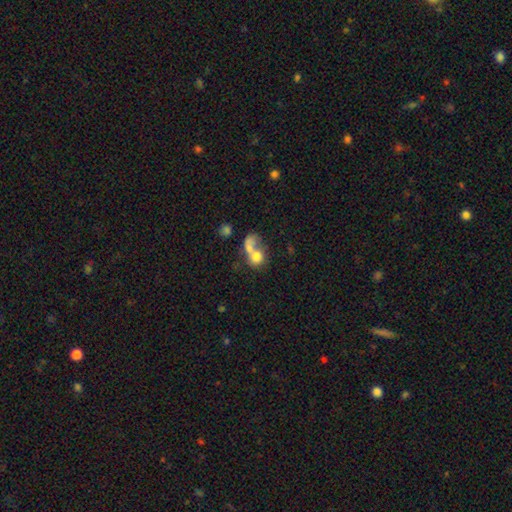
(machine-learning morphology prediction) The model was most divided on "how rounded": round: 63%, in between: 36%, cigar-shaped: 1%. More confident: smooth or featured — smooth (68%); merging — merger (67%).